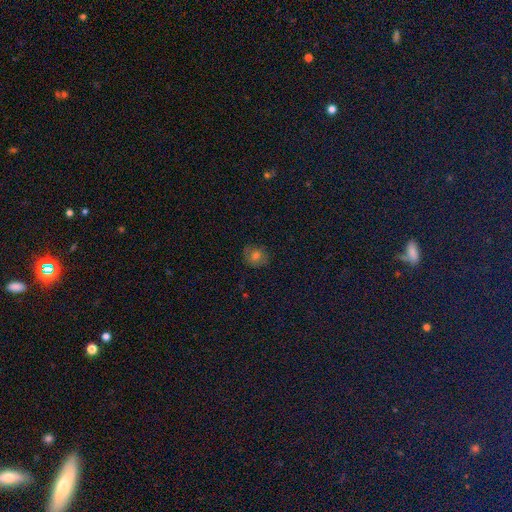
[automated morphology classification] Overall: smooth (71%). How rounded: round (76%). Merging: none (79%).